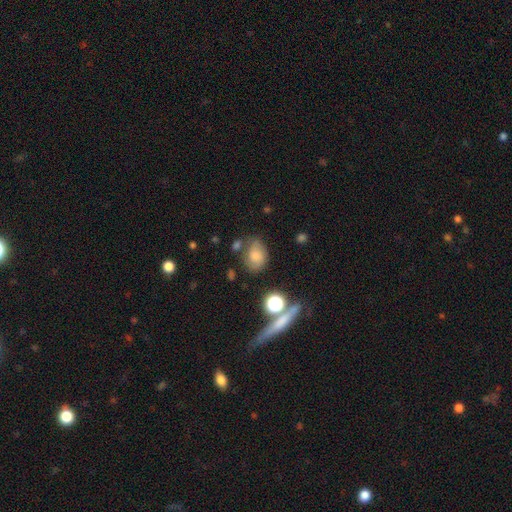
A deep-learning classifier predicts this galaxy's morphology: Q: Smooth or featured?
A: smooth (71%); runner-up: featured or disk (16%)
Q: How rounded?
A: in between (66%); runner-up: round (32%)
Q: Merging?
A: none (57%); runner-up: minor disturbance (25%)